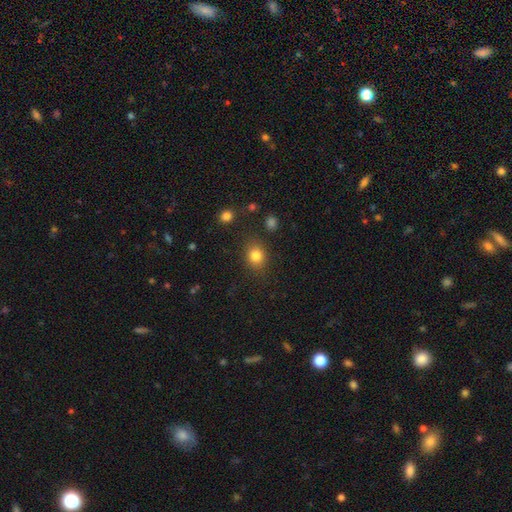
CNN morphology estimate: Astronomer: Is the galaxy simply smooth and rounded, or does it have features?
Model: smooth — 82%.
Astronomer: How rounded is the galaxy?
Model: round — 63%.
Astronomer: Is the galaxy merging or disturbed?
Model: none — 83%.